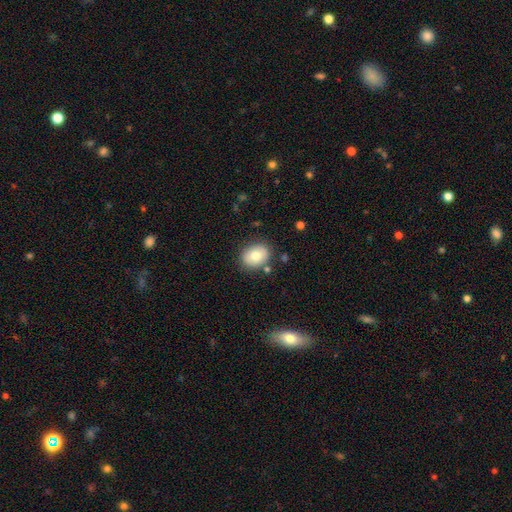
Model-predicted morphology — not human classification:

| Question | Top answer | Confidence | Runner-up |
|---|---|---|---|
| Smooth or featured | smooth | 75% | featured or disk (18%) |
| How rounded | in between | 55% | round (44%) |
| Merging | none | 82% | minor disturbance (12%) |